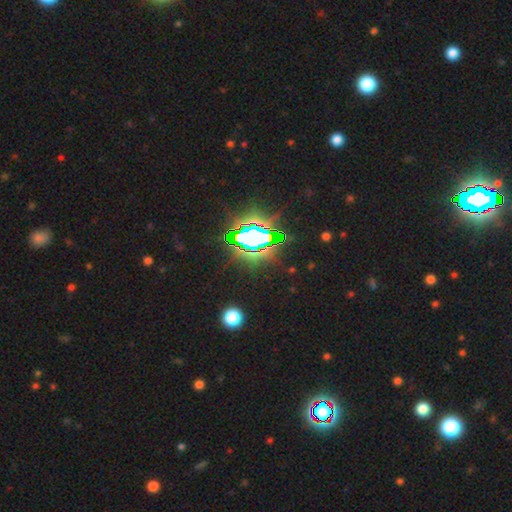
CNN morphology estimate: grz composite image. It shows a star or artifact, not a galaxy (85%).